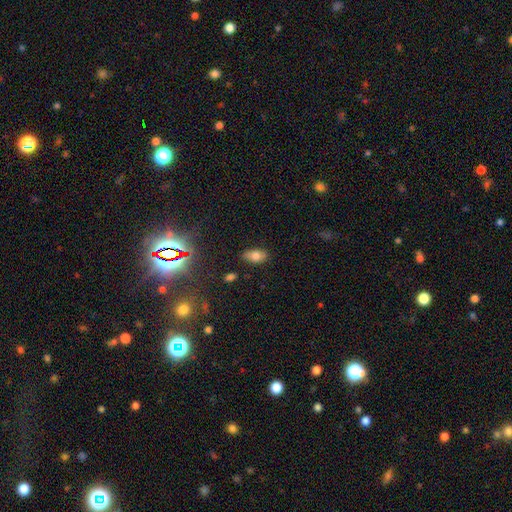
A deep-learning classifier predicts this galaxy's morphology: Q: Smooth or featured?
A: smooth (74%); runner-up: featured or disk (14%)
Q: How rounded?
A: in between (90%); runner-up: cigar-shaped (5%)
Q: Merging?
A: none (80%); runner-up: minor disturbance (14%)